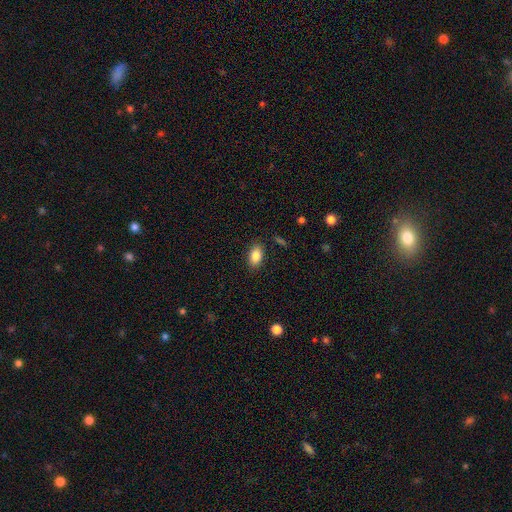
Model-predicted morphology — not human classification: A smooth galaxy with no disk features (86%) that is in between round and cigar-shaped (91%).

Vote fractions:
- Smooth or featured? smooth: 86% / star or artifact: 8% / featured or disk: 7%
- How rounded? in between: 91% / round: 6% / cigar-shaped: 3%
- Merging? none: 87% / minor disturbance: 10% / major disturbance: 3% / merger: 1%